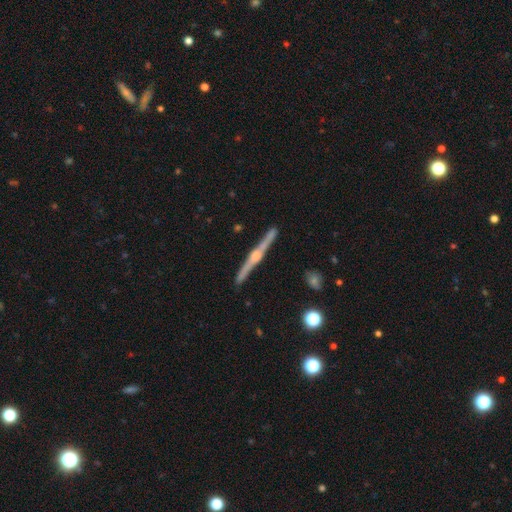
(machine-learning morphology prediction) Smooth or featured? featured or disk (83%)
Edge-on disk? yes (98%)
Edge-on bulge? rounded (79%)
Merging? none (90%)